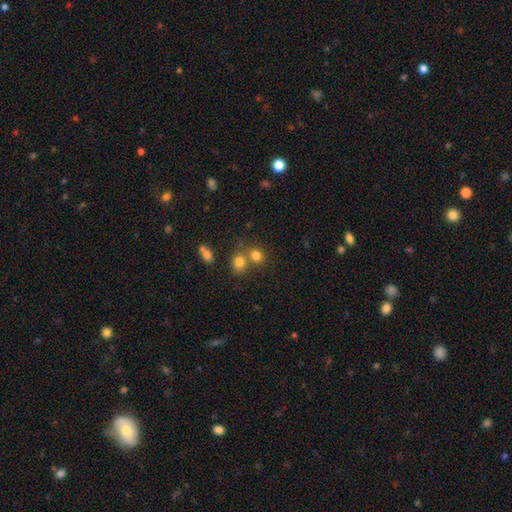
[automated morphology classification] Smooth or featured? Predicted: smooth (p=0.78). How rounded? Predicted: round (p=0.76). Merging? Predicted: none (p=0.51).